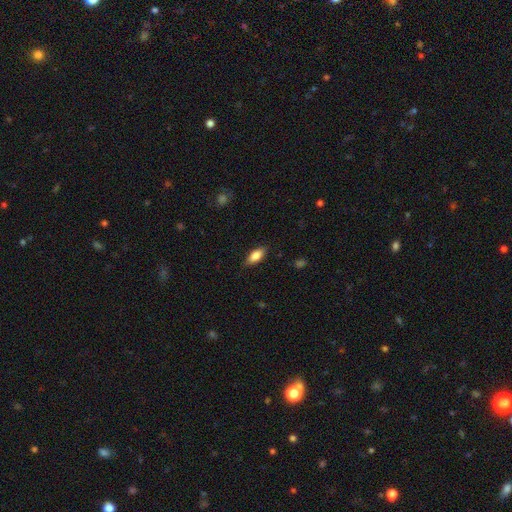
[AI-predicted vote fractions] Smooth or featured?
  - smooth: 80% *
  - featured or disk: 13%
  - star or artifact: 7%
How rounded?
  - in between: 82% *
  - cigar-shaped: 15%
  - round: 3%
Merging?
  - none: 83% *
  - minor disturbance: 14%
  - major disturbance: 3%
  - merger: 1%